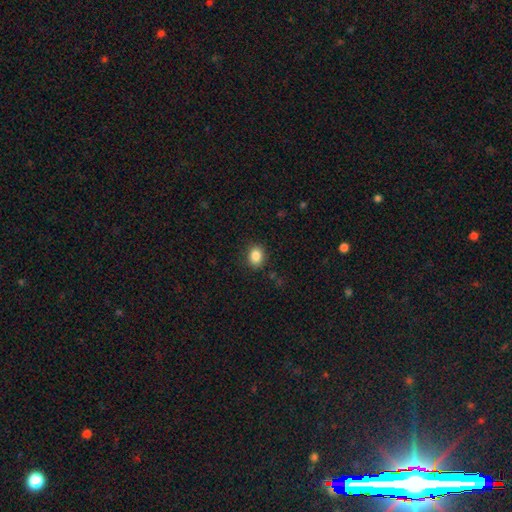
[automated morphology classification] smooth_or_featured: smooth (p=0.86) [alt: star or artifact p=0.10]
how_rounded: in between (p=0.51) [alt: round p=0.48]
merging: none (p=0.87) [alt: minor disturbance p=0.09]